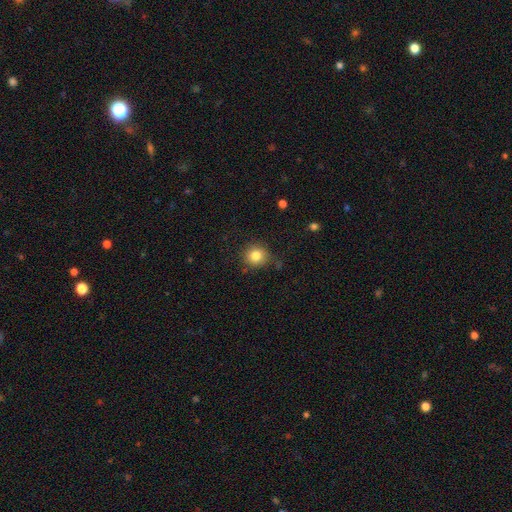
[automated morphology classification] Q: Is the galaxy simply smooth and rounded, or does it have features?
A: smooth — 83%.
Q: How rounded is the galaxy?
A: round — 90%.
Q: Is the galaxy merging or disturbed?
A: none — 82%.